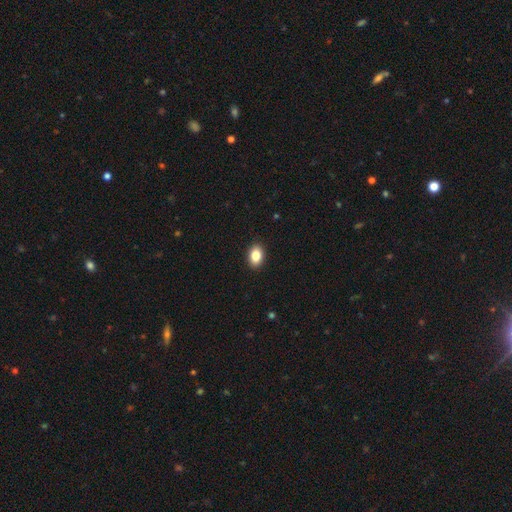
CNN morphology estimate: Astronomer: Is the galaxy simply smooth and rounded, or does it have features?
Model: smooth — 85%.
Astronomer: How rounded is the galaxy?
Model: in between — 82%.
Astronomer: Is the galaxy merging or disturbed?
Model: none — 91%.